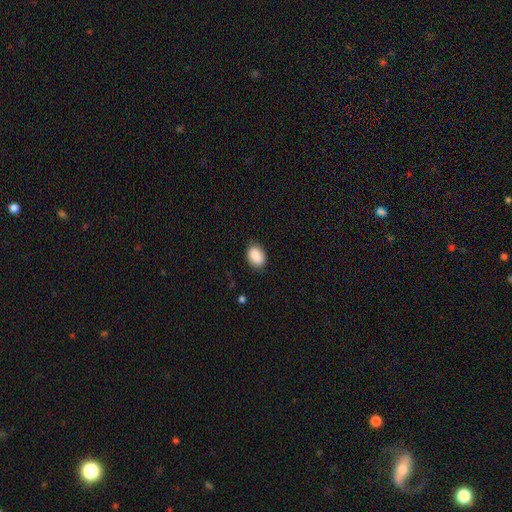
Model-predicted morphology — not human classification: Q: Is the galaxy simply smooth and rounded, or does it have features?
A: smooth — 89%.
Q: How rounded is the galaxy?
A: in between — 78%.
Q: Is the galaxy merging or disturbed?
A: none — 84%.